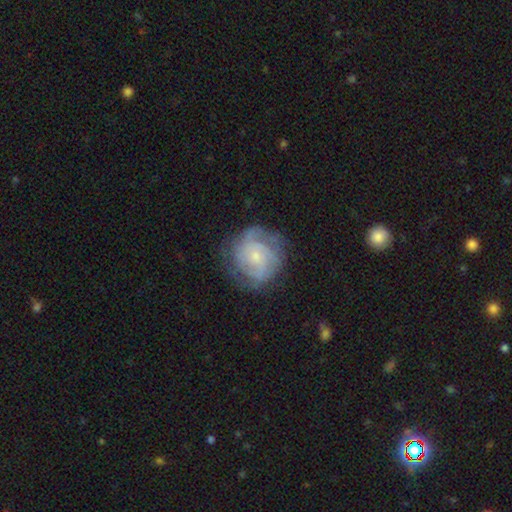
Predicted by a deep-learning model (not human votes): Smooth or featured? featured or disk (77%)
Edge-on disk? no (98%)
Bar? no (70%)
Spiral arms? yes (93%)
Spiral winding? tight (62%)
Spiral arm count? can't tell (33%)
Bulge size? small (66%)
Merging? none (73%)